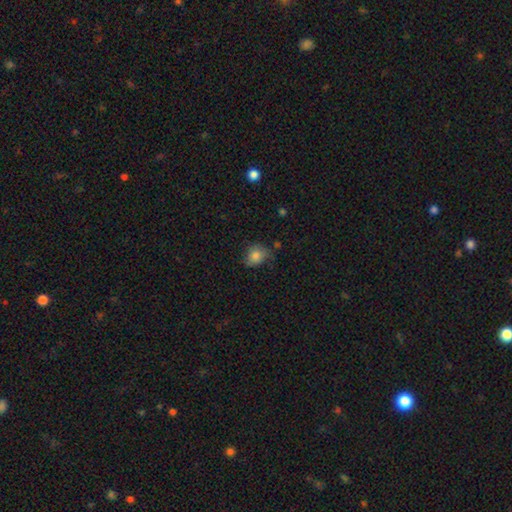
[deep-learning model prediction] Smooth or featured: smooth — 81% (featured or disk — 10%)
How rounded: round — 52% (in between — 47%)
Merging: none — 62% (minor disturbance — 28%)